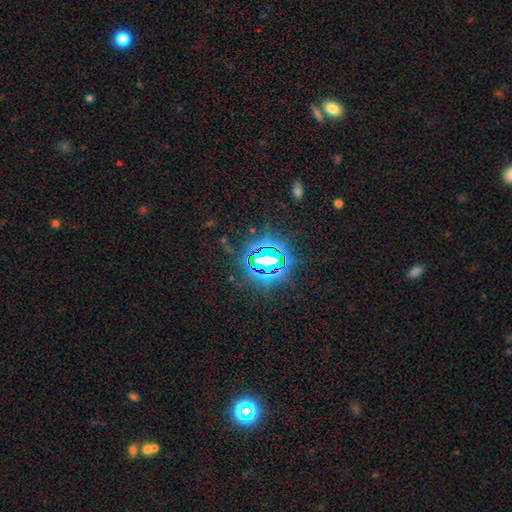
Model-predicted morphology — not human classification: Smooth or featured? star or artifact (81%)